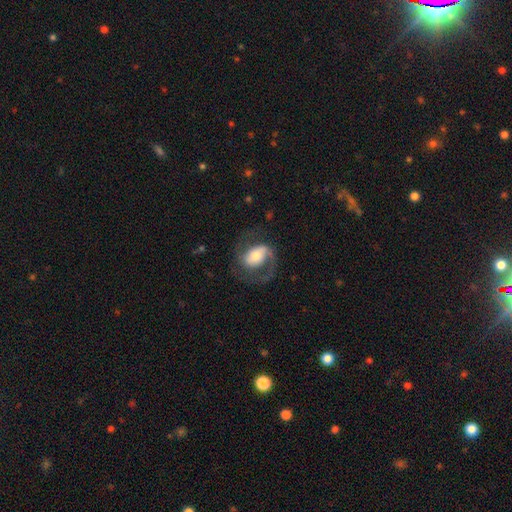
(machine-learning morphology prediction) A featured or disk galaxy (75%) with no bar (39%), 2 (71%) medium (51%) spiral arms (90%) and a moderate central bulge (62%). Merging: none (61%).